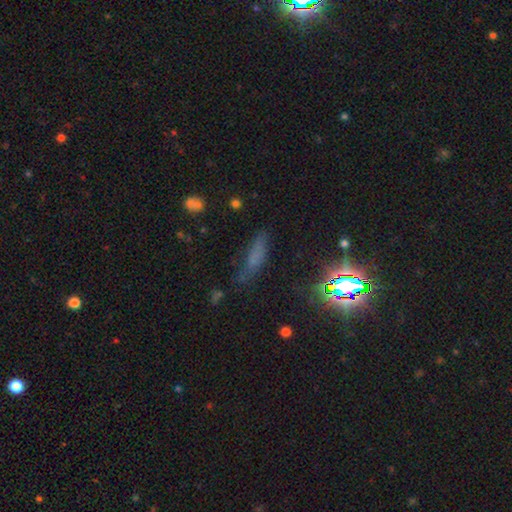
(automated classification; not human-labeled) Smooth or featured? smooth (57%)
How rounded? cigar-shaped (64%)
Merging? none (58%)